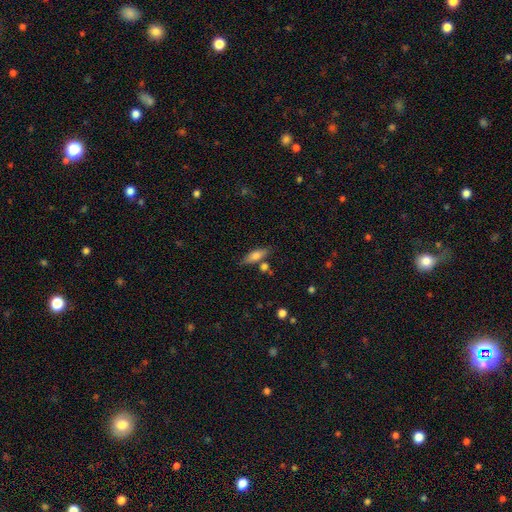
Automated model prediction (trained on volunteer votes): Morphology: type=smooth (67%); roundness=in between (52%); merging=none (72%).